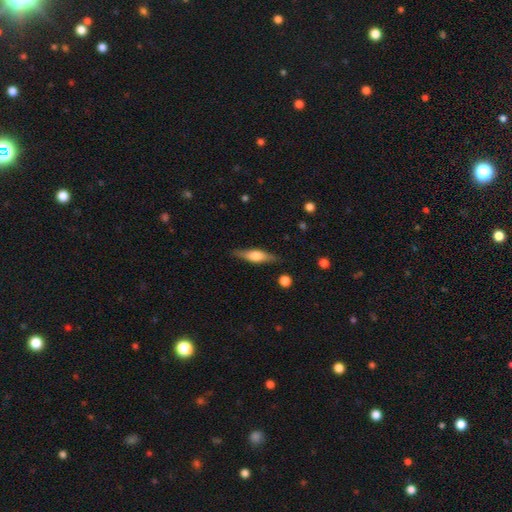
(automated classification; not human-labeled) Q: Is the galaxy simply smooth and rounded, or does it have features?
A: featured or disk — 53%.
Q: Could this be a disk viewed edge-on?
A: yes — 93%.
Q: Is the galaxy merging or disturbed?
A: none — 84%.